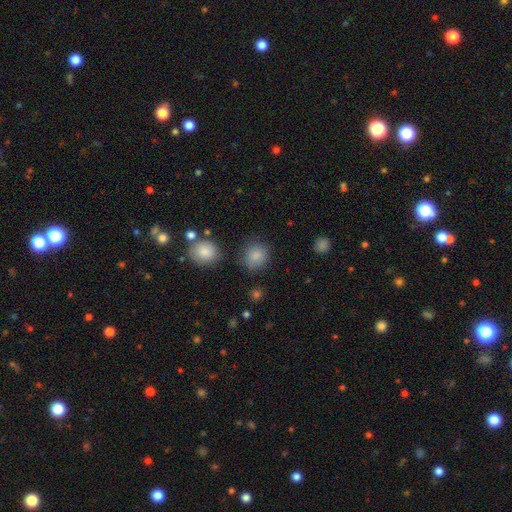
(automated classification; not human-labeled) smooth 85%, star or artifact 10%, featured or disk 5%. Down the decision tree: how rounded — round (85%); merging — none (81%).